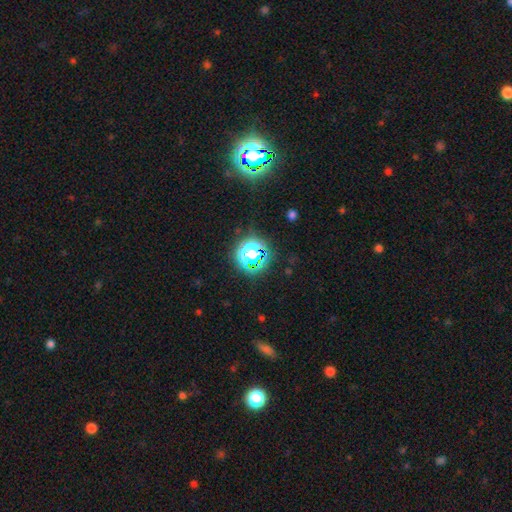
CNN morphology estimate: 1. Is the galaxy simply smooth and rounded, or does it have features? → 58% star or artifact, 32% smooth, 10% featured or disk.